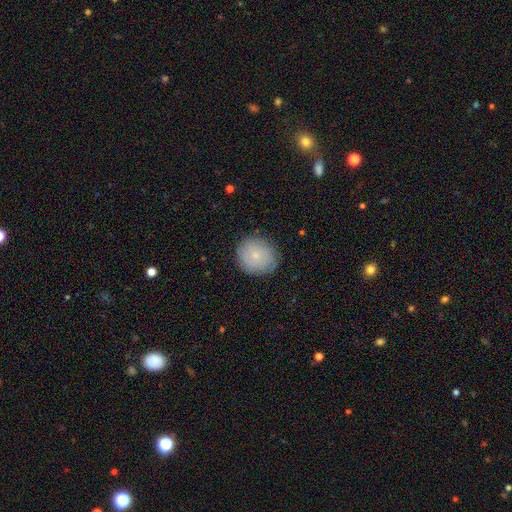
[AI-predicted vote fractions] Morphology: type=smooth (76%); roundness=round (83%); merging=none (86%).